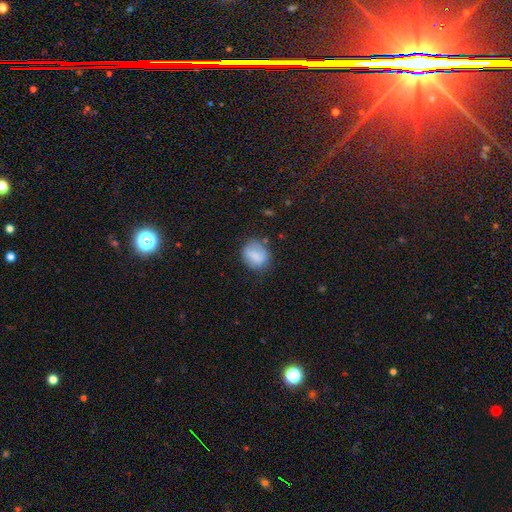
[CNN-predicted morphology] smooth 74%, featured or disk 18%, star or artifact 8%. Down the decision tree: how rounded — round (52%); merging — none (64%).